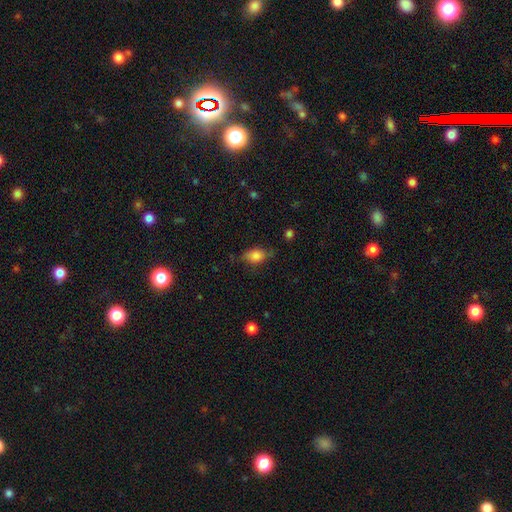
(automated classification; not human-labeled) This appears to be a smooth galaxy with no disk features (80%) that is in between round and cigar-shaped (81%). Merging: none (63%).